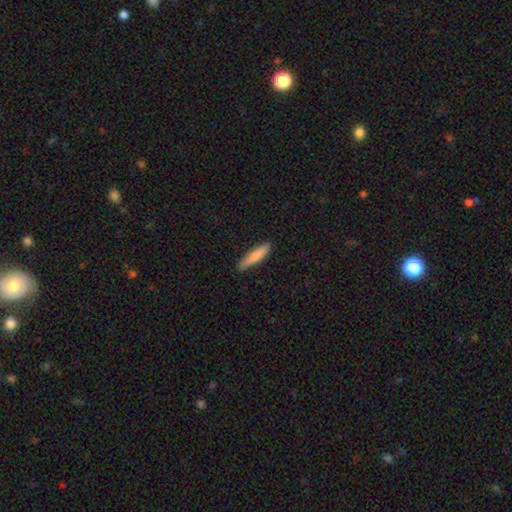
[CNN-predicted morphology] A smooth galaxy with no disk features (81%) that is cigar-shaped (86%). Merging: none (84%).